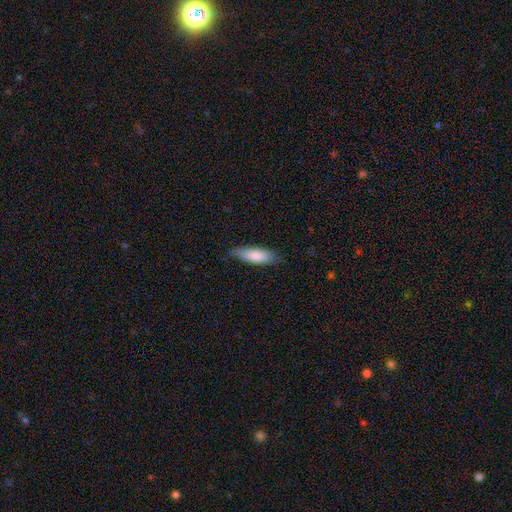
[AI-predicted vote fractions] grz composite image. It shows a smooth galaxy with no disk features (82%) that is in between round and cigar-shaped (56%). Merging: none (76%).